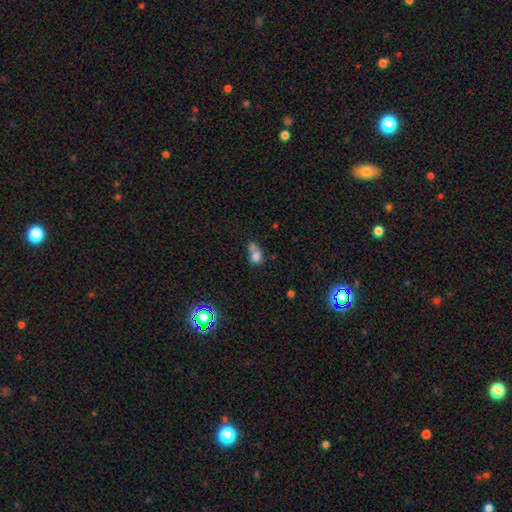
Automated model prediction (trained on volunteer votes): smooth 71%, featured or disk 15%, star or artifact 14%. Down the decision tree: how rounded — round (50%); merging — merger (56%).